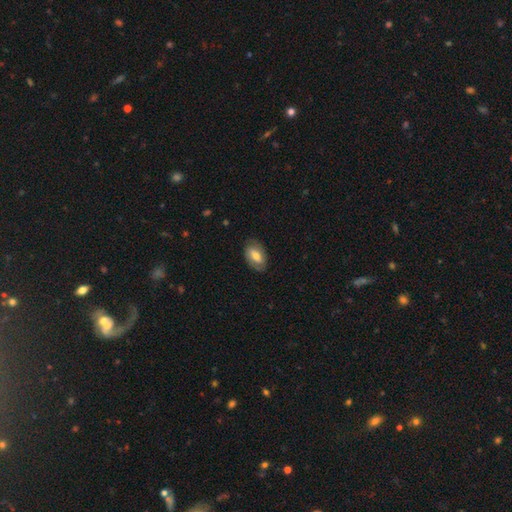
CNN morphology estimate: Smooth or featured?
  - smooth: 53% *
  - featured or disk: 41%
  - star or artifact: 7%
How rounded?
  - in between: 90% *
  - round: 8%
  - cigar-shaped: 2%
Merging?
  - none: 80% *
  - minor disturbance: 15%
  - major disturbance: 4%
  - merger: 1%